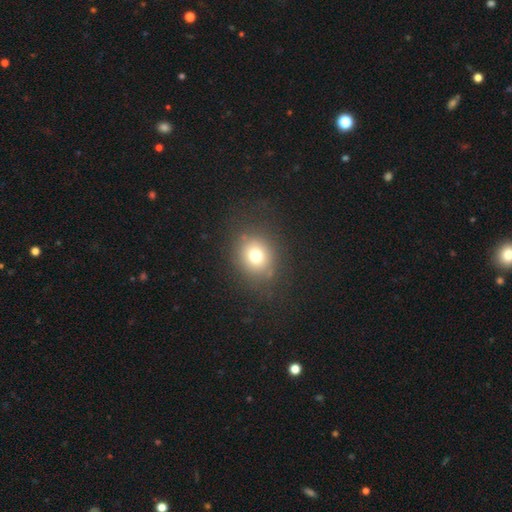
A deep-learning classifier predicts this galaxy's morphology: Smooth or featured? Predicted: smooth (p=0.73). How rounded? Predicted: round (p=0.75). Merging? Predicted: none (p=0.81).